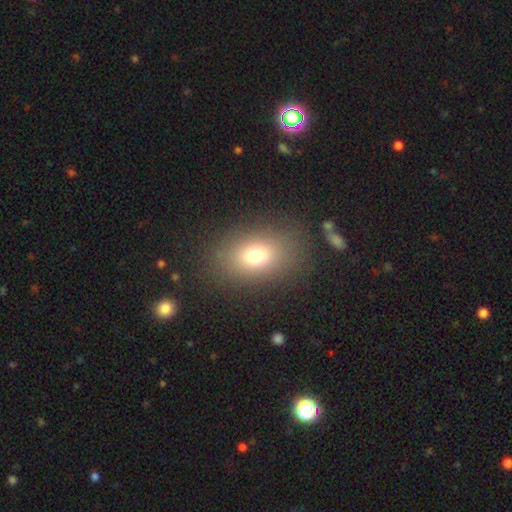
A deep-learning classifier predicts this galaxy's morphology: Smooth or featured? Predicted: smooth (p=0.73). How rounded? Predicted: in between (p=0.73). Merging? Predicted: none (p=0.83).